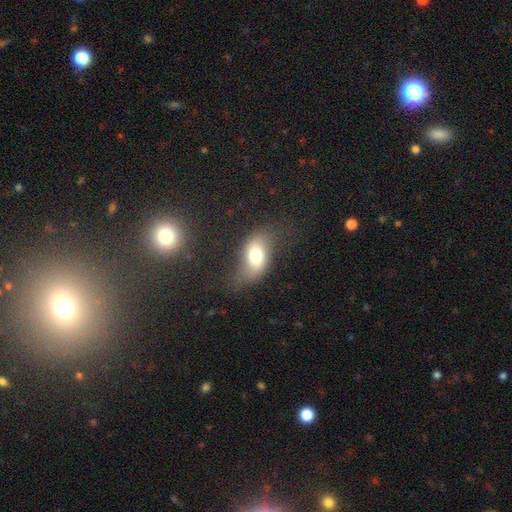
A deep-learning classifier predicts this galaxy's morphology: Smooth or featured? smooth (64%)
How rounded? in between (88%)
Merging? none (52%)